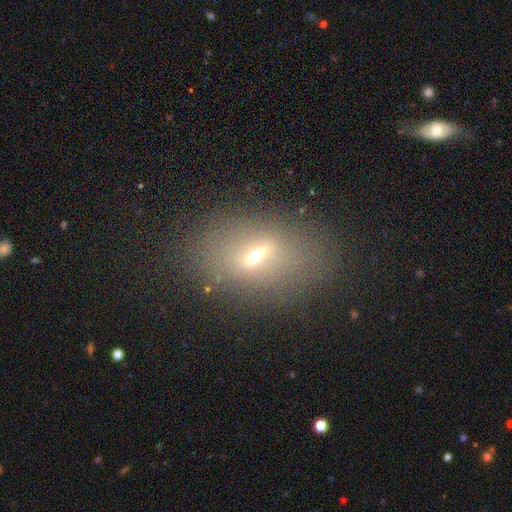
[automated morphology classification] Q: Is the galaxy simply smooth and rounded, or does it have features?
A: featured or disk — 44%.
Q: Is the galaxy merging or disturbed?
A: none — 75%.